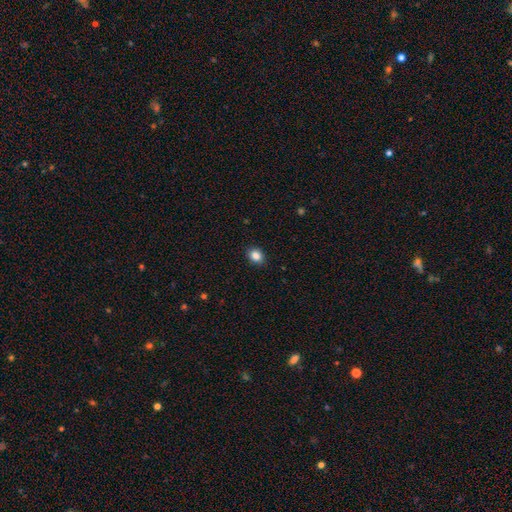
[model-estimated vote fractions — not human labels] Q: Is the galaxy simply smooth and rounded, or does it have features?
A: smooth — 86%.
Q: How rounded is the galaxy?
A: in between — 51%.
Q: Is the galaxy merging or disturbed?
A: none — 90%.